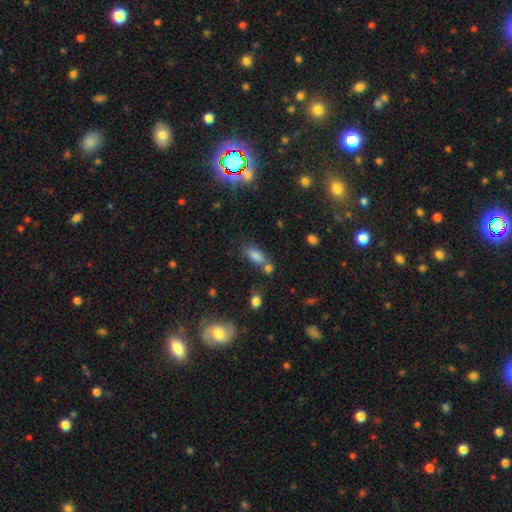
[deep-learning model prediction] This is likely a smooth galaxy (79%). How rounded: likely in between (77%). Merging: possibly none (52%).